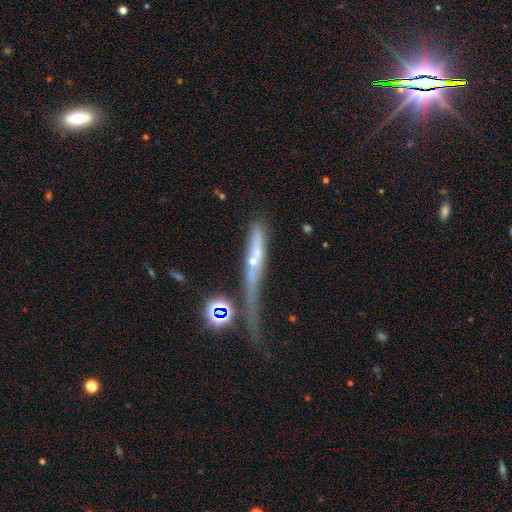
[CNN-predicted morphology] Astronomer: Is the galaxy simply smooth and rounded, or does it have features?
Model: featured or disk — 47% (runner-up: smooth, 37%).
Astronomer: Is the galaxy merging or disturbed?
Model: none — 38% (runner-up: minor disturbance, 22%).